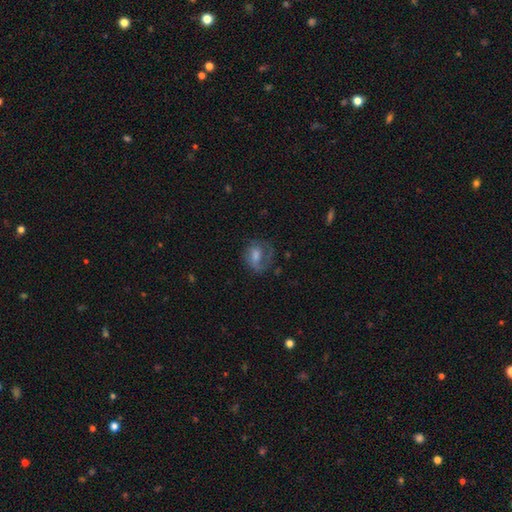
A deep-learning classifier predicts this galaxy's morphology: Smooth or featured: featured or disk — 52% (smooth — 40%)
Edge-on disk: no — 97% (yes — 3%)
Merging: none — 49% (major disturbance — 27%)